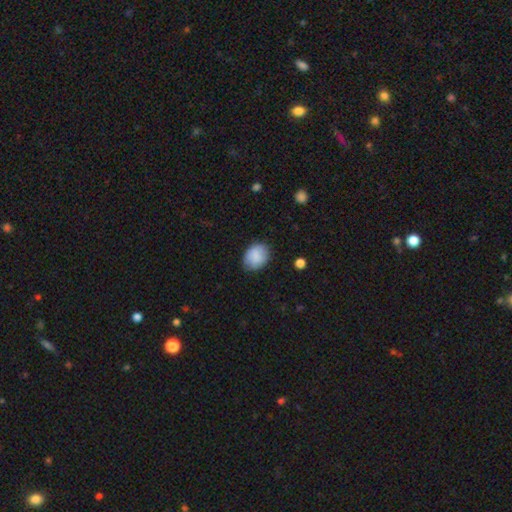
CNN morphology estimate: type=smooth (84%); roundness=in between (60%); merging=none (79%).